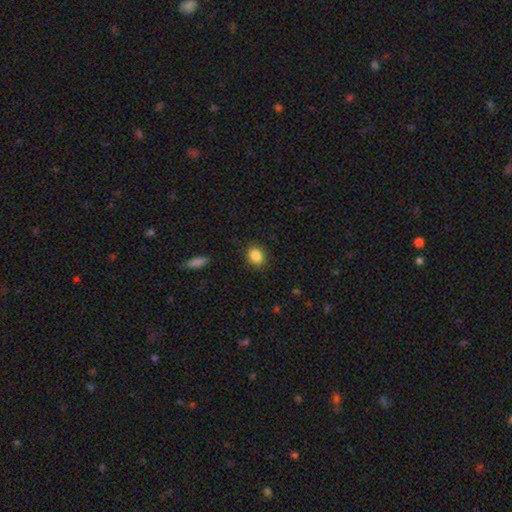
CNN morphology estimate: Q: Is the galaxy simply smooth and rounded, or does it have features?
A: smooth — 87%.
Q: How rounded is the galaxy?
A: in between — 54%.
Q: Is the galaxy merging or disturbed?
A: none — 86%.